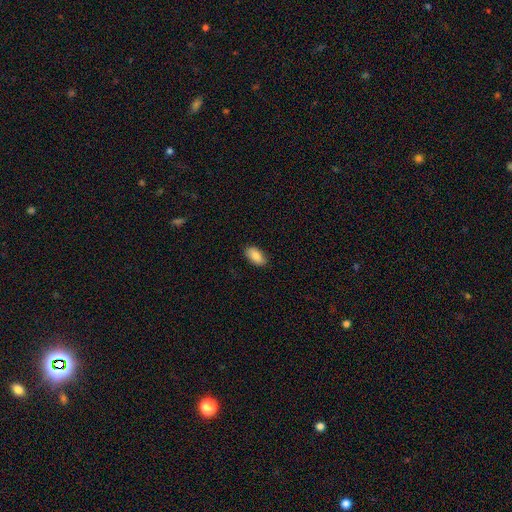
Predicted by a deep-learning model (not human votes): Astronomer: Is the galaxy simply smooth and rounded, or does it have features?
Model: smooth — 85%.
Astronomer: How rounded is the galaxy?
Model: in between — 94%.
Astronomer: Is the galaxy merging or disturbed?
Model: none — 87%.